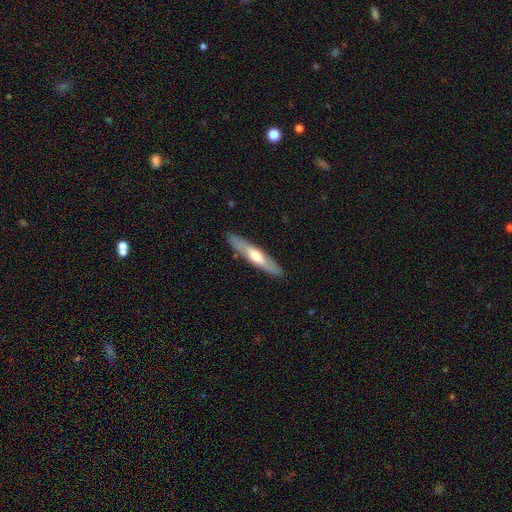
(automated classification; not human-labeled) This appears to be a featured or disk galaxy (53%) viewed edge-on (74%). Merging: none (88%).